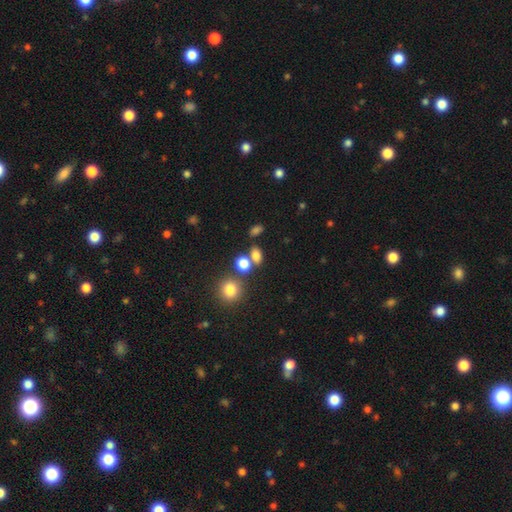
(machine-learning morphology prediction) Smooth or featured? smooth (78%)
How rounded? in between (65%)
Merging? none (62%)